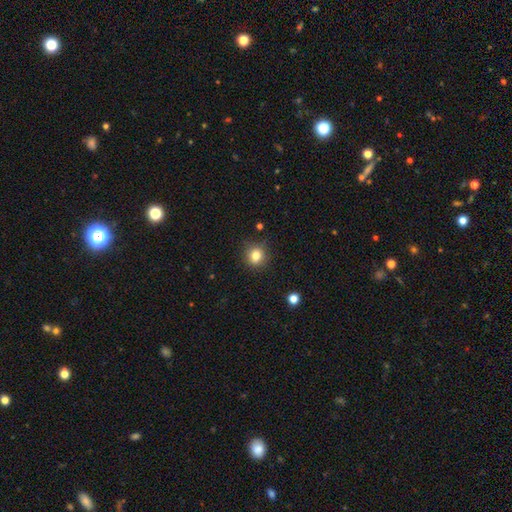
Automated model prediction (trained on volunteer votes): Q: Smooth or featured?
A: smooth (82%); runner-up: star or artifact (12%)
Q: How rounded?
A: round (86%); runner-up: in between (13%)
Q: Merging?
A: none (87%); runner-up: minor disturbance (10%)